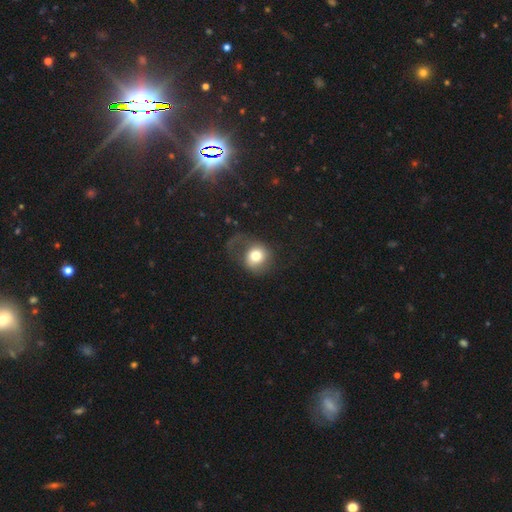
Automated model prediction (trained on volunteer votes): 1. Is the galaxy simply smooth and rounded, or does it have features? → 68% smooth, 22% featured or disk, 10% star or artifact.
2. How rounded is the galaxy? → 74% round, 25% in between, 1% cigar-shaped.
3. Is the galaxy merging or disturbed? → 40% major disturbance, 37% none, 21% minor disturbance, 2% merger.